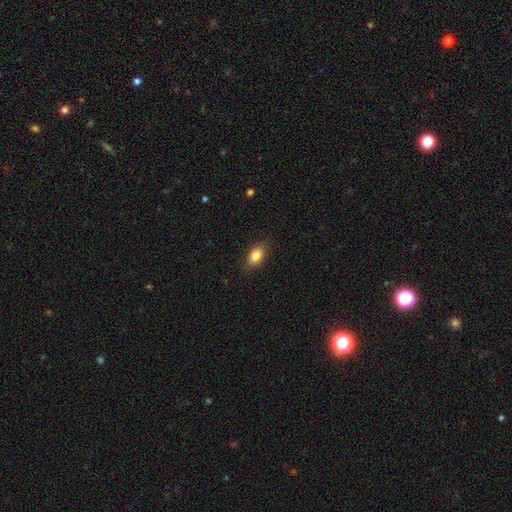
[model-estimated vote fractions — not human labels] A smooth galaxy with no disk features (83%) that is in between round and cigar-shaped (85%).

Vote fractions:
- Smooth or featured? smooth: 83% / featured or disk: 9% / star or artifact: 8%
- How rounded? in between: 85% / round: 11% / cigar-shaped: 4%
- Merging? none: 83% / minor disturbance: 13% / major disturbance: 3% / merger: 1%